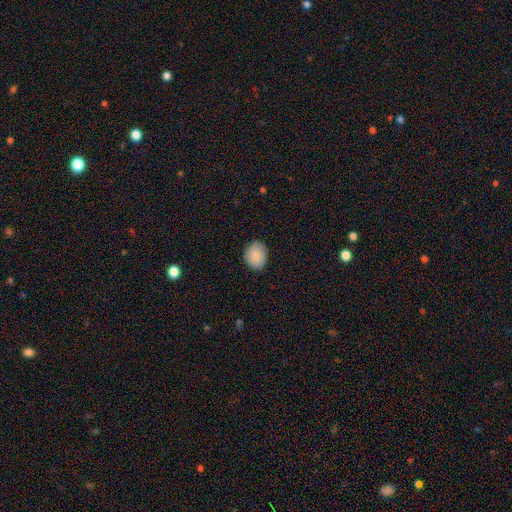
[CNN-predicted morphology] This is clearly a smooth galaxy (84%). How rounded: possibly in between (54%). Merging: clearly none (83%).